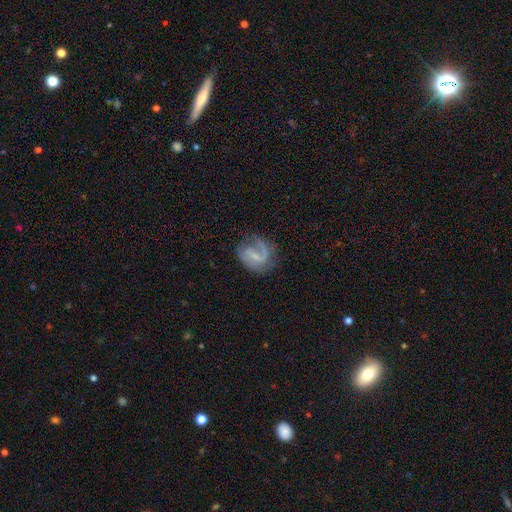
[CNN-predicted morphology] This is likely a featured or disk galaxy (75%). It is clearly not viewed edge-on (98%). Bar: possibly weak (50%). Spiral arm pattern: clearly yes (89%). Spiral arm count: possibly 2 (53%). Spiral winding: marginally medium (44%). Central bulge: possibly small (55%). Merging: possibly none (56%).